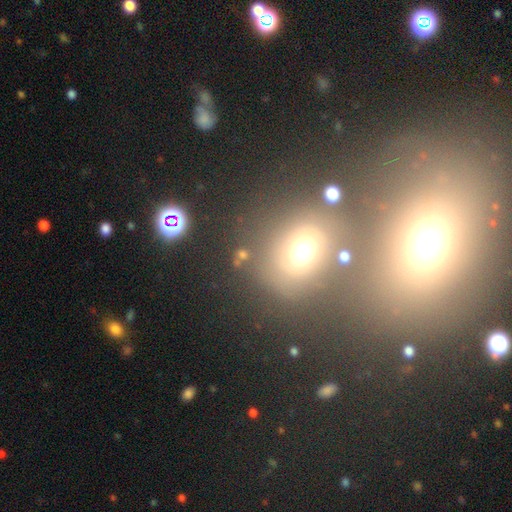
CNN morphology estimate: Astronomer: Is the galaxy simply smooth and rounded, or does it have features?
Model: smooth — 53% (runner-up: star or artifact, 32%).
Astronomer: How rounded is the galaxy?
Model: round — 60% (runner-up: in between, 39%).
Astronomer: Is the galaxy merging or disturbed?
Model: none — 55% (runner-up: merger, 30%).